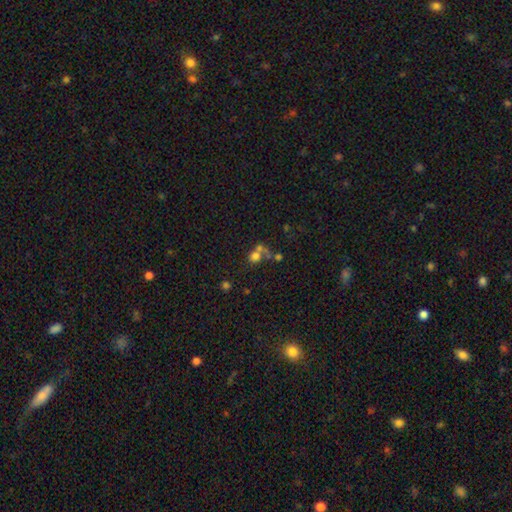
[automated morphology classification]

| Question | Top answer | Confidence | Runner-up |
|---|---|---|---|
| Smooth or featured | smooth | 67% | star or artifact (17%) |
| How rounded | round | 66% | in between (32%) |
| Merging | merger | 48% | none (31%) |